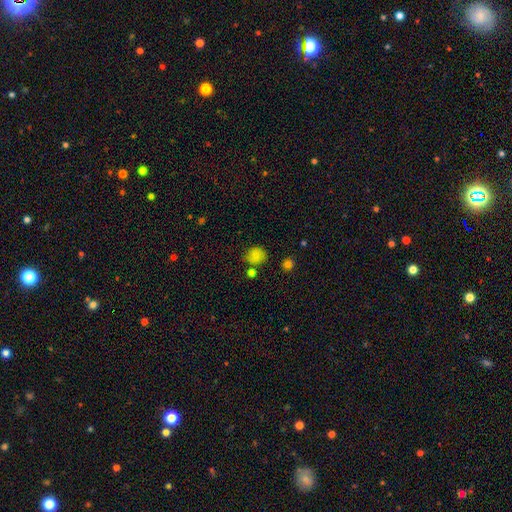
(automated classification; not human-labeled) Overall: smooth (77%). How rounded: round (73%). Merging: none (70%).